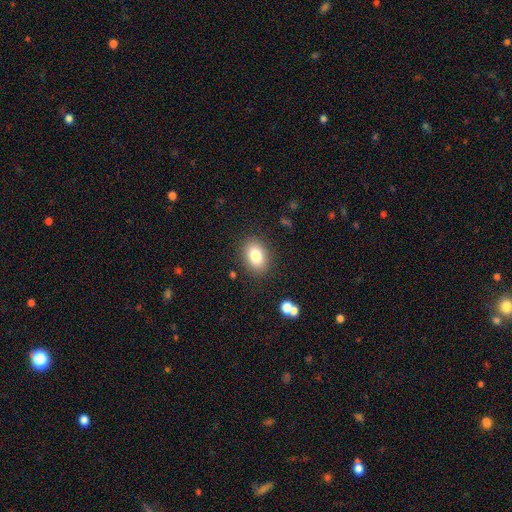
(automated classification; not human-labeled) smooth-or-featured: smooth: 81% | featured or disk: 10% | star or artifact: 9%
  how-rounded: in between: 76% | round: 23% | cigar-shaped: 1%
  merging: none: 86% | minor disturbance: 9% | major disturbance: 3% | merger: 2%